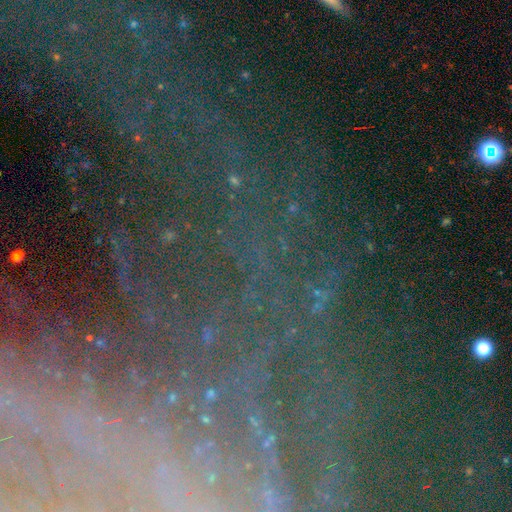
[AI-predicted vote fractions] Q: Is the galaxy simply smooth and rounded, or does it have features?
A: star or artifact — 54%.